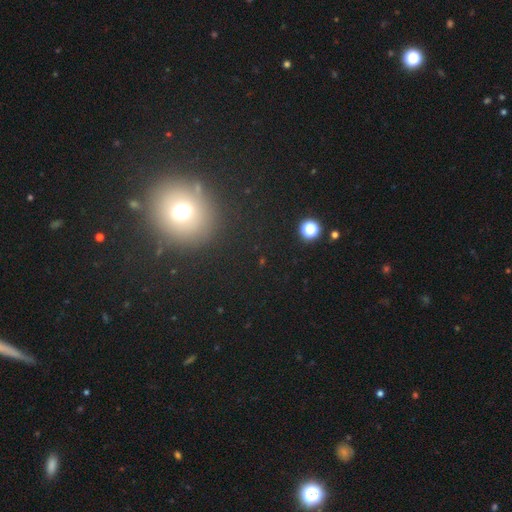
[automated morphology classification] Smooth or featured? Predicted: smooth (p=0.52). How rounded? Predicted: round (p=0.89). Merging? Predicted: none (p=0.90).